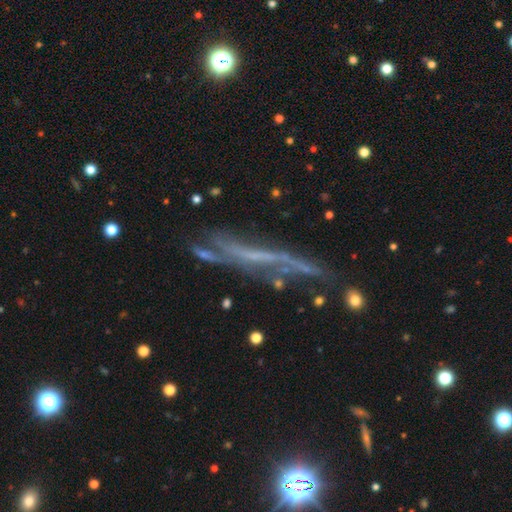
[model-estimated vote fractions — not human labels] Overall: featured or disk (66%). Edge-on disk: yes (69%; no 31%). Merging: none (55%; minor disturbance 24%).